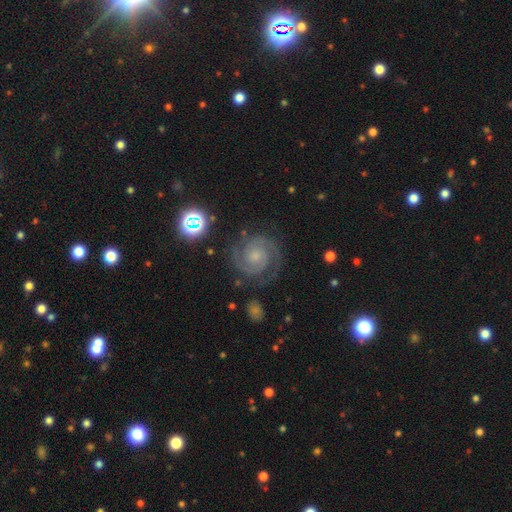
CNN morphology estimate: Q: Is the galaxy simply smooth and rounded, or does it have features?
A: featured or disk — 87%.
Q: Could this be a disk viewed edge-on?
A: no — 98%.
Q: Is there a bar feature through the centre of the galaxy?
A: no — 66%.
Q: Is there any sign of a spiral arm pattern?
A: yes — 98%.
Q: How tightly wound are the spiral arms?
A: tight — 67%.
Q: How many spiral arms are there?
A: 2 — 86%.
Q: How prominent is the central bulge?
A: small — 51%.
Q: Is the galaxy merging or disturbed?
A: none — 79%.